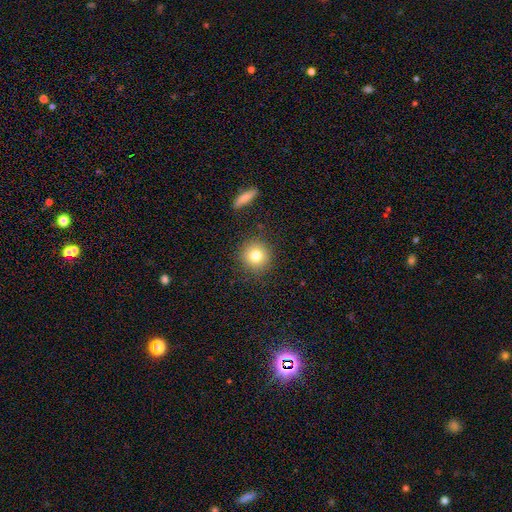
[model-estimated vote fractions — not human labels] Overall: smooth (79%). How rounded: round (93%). Merging: none (88%).